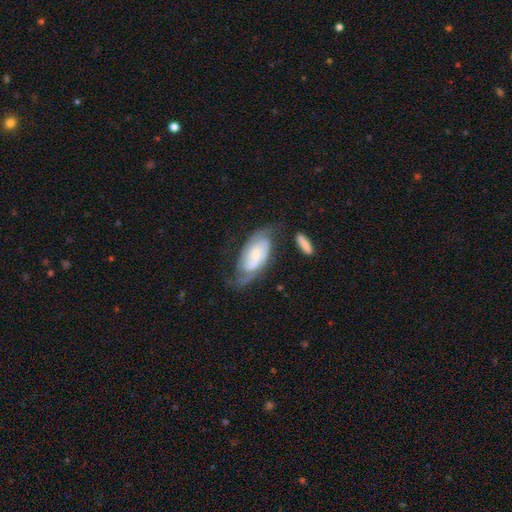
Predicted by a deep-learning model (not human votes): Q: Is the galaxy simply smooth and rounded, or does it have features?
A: featured or disk — 75%.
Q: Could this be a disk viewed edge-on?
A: no — 94%.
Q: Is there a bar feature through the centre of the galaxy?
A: no — 49%.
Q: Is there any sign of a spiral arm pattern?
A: yes — 93%.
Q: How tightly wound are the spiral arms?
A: tight — 46%.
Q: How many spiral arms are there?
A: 2 — 69%.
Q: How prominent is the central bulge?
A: small — 57%.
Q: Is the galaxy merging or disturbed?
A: none — 55%.